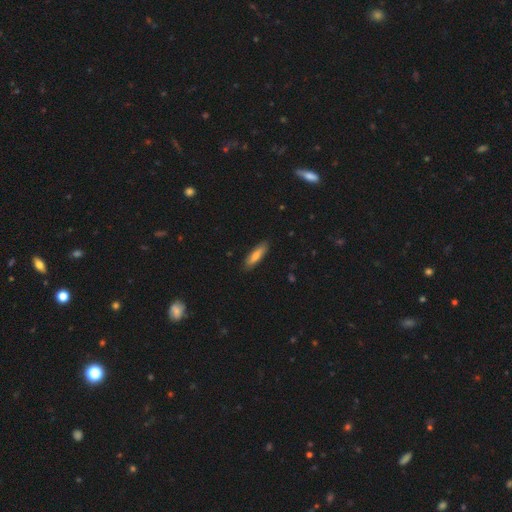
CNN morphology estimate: Overall: smooth (72%). How rounded: cigar-shaped (62%; in between 36%). Merging: none (86%).